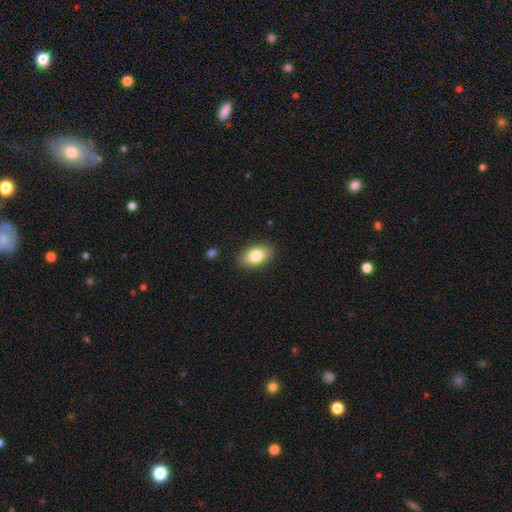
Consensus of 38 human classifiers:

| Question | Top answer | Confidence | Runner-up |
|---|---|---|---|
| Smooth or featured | smooth | 82% | featured or disk (11%) |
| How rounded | in between | 90% | round (10%) |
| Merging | none | 89% | minor disturbance (6%) |